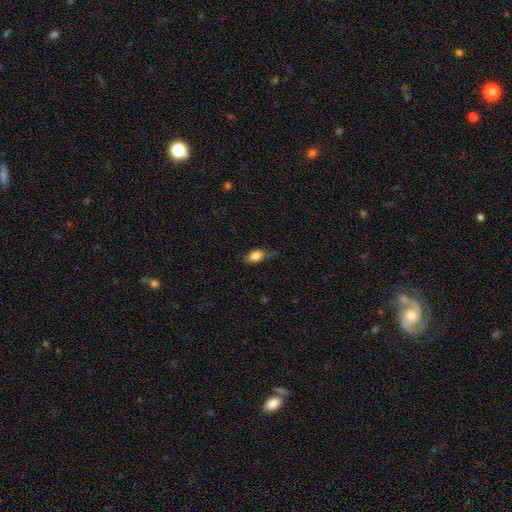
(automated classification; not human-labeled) Overall: smooth (82%). How rounded: in between (85%). Merging: none (56%; minor disturbance 32%).